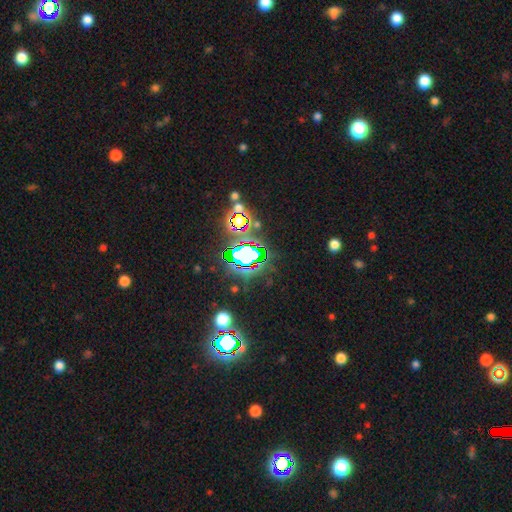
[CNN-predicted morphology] A star or artifact, not a galaxy (82%).

Vote fractions:
- Smooth or featured? star or artifact: 82% / smooth: 10% / featured or disk: 7%